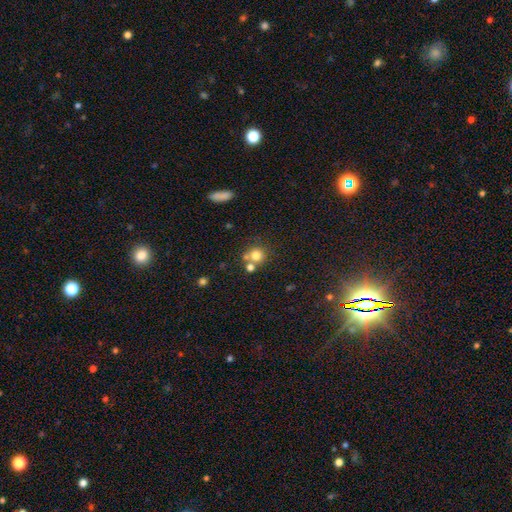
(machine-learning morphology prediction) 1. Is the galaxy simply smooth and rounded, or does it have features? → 75% smooth, 13% star or artifact, 12% featured or disk.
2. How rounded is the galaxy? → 86% round, 13% in between, 1% cigar-shaped.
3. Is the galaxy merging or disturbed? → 52% none, 34% merger, 9% minor disturbance, 4% major disturbance.